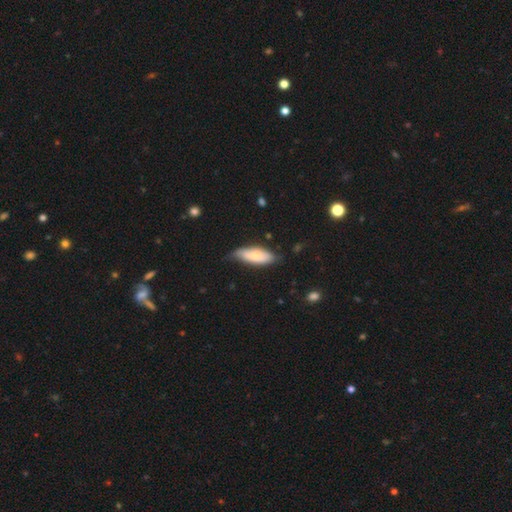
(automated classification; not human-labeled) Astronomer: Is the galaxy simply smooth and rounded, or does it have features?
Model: smooth — 73%.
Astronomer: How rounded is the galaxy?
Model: in between — 71%.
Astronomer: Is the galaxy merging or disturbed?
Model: none — 64%.